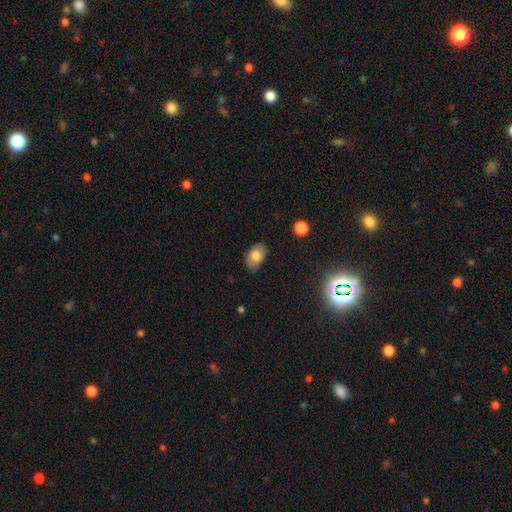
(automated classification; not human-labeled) Smooth or featured? smooth (78%)
How rounded? in between (88%)
Merging? none (77%)